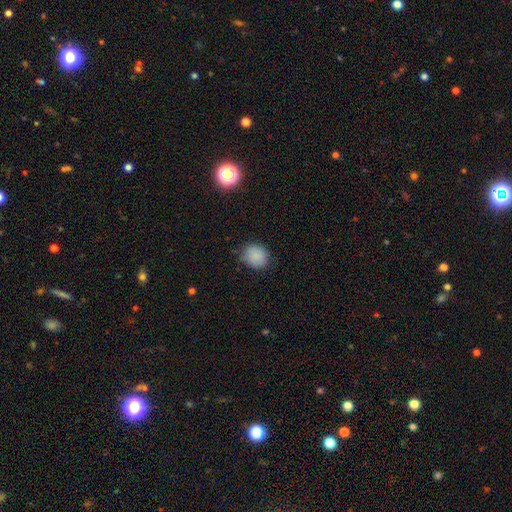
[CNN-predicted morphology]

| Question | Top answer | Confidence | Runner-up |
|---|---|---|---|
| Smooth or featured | smooth | 85% | star or artifact (9%) |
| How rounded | round | 71% | in between (28%) |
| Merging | none | 76% | minor disturbance (19%) |